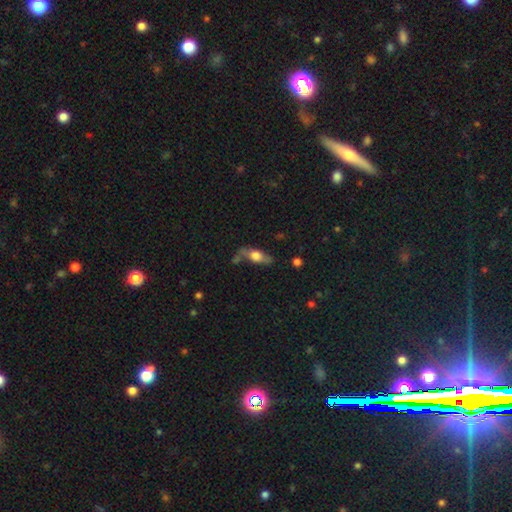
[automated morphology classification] type=smooth (50%); roundness=in between (64%); merging=none (56%).